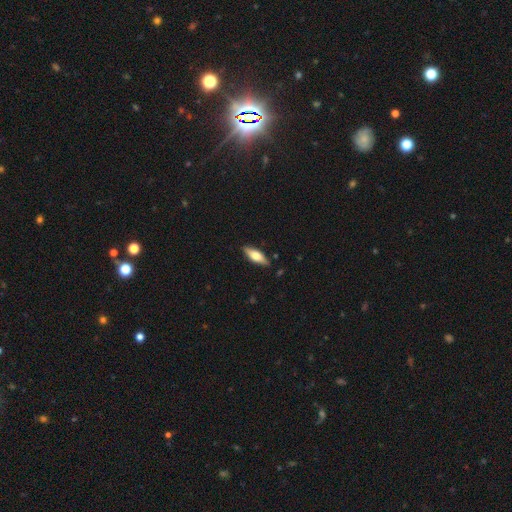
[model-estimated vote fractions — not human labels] Smooth or featured: smooth — 57% (featured or disk — 38%)
How rounded: in between — 57% (cigar-shaped — 41%)
Merging: none — 87% (minor disturbance — 10%)